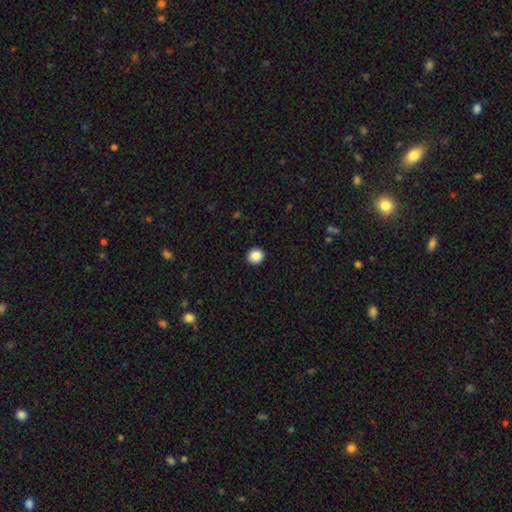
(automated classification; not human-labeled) smooth_or_featured: smooth (p=0.86) [alt: star or artifact p=0.09]
how_rounded: round (p=0.91) [alt: in between p=0.08]
merging: none (p=0.93) [alt: minor disturbance p=0.04]